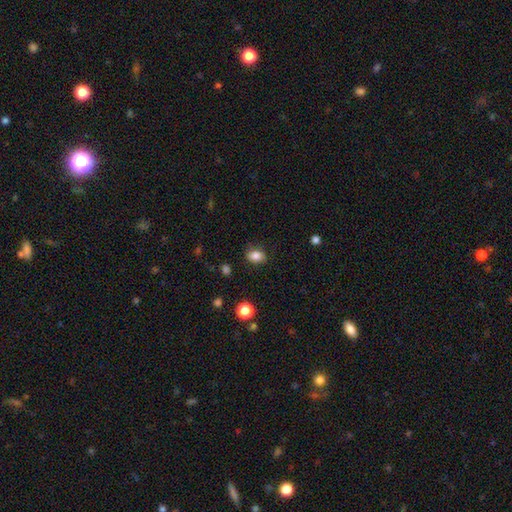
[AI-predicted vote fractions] Smooth or featured: smooth — 83% (star or artifact — 10%)
How rounded: in between — 69% (round — 29%)
Merging: none — 82% (minor disturbance — 13%)